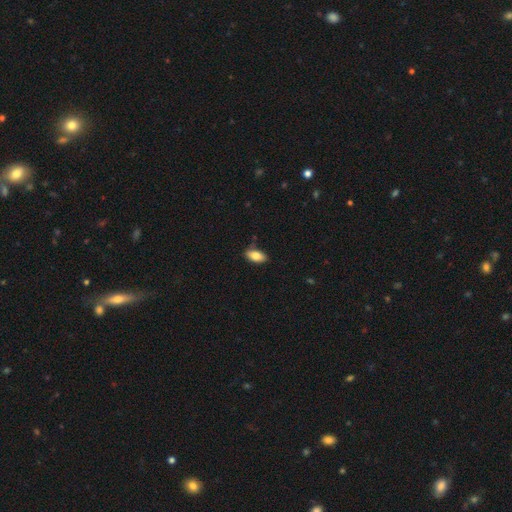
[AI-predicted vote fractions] Morphology: type=smooth (83%); roundness=in between (91%); merging=none (80%).